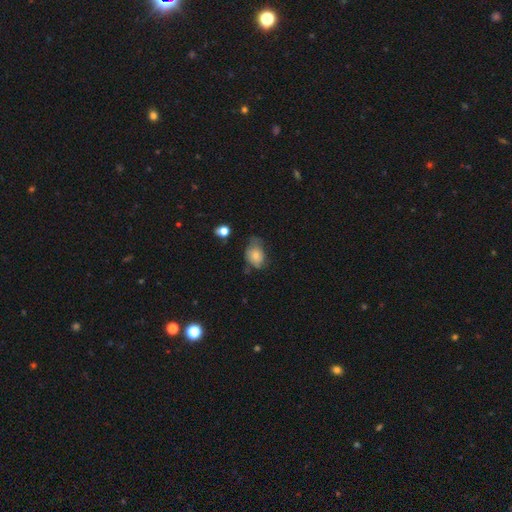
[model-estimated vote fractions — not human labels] smooth-or-featured: smooth: 67% | featured or disk: 23% | star or artifact: 9%
  how-rounded: in between: 69% | round: 30% | cigar-shaped: 1%
  merging: minor disturbance: 39% (tied) | none: 39% (tied) | major disturbance: 19% | merger: 4%